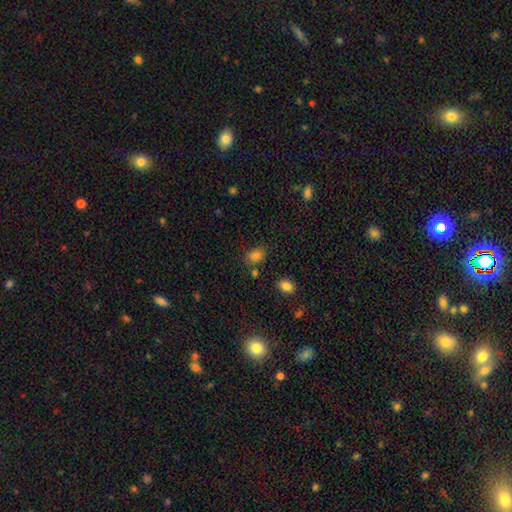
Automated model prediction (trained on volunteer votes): smooth_or_featured: smooth (p=0.79) [alt: star or artifact p=0.14]
how_rounded: in between (p=0.63) [alt: round p=0.35]
merging: none (p=0.69) [alt: minor disturbance p=0.17]